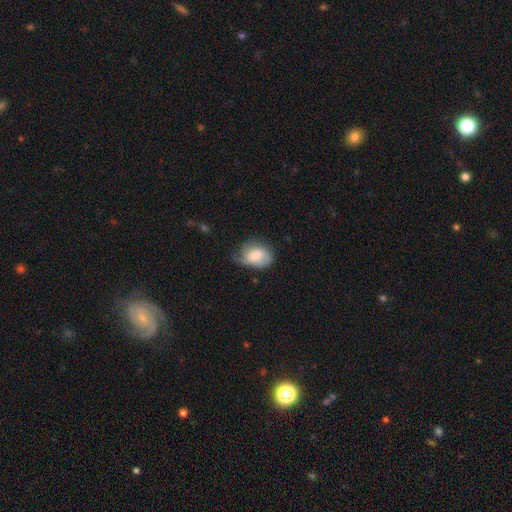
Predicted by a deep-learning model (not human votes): Q: Smooth or featured?
A: smooth (60%); runner-up: featured or disk (33%)
Q: How rounded?
A: in between (71%); runner-up: round (28%)
Q: Merging?
A: minor disturbance (40%); runner-up: none (39%)